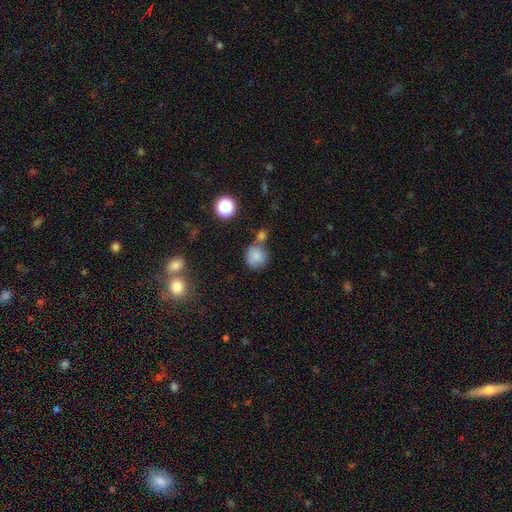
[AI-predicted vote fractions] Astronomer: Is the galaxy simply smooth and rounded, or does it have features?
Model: smooth — 82%.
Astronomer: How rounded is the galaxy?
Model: round — 88%.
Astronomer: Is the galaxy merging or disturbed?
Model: none — 60%.